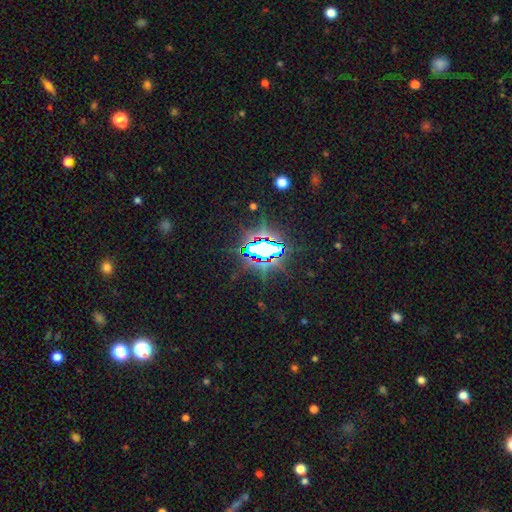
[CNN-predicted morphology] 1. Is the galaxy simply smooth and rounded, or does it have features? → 80% star or artifact, 11% smooth, 9% featured or disk.